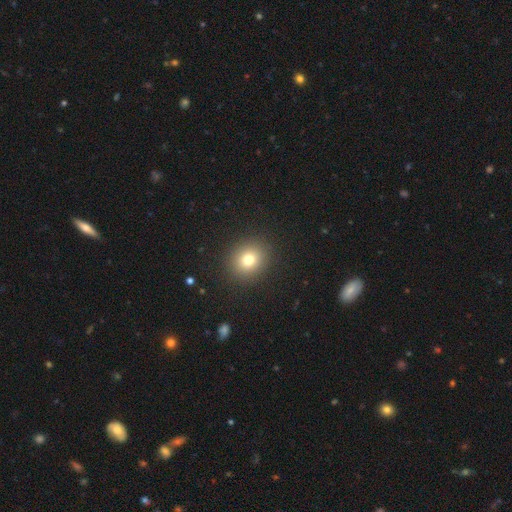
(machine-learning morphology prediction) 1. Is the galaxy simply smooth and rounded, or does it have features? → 70% smooth, 24% star or artifact, 6% featured or disk.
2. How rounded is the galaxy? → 85% round, 14% in between, 1% cigar-shaped.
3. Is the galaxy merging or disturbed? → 92% none, 5% minor disturbance, 2% major disturbance, 1% merger.